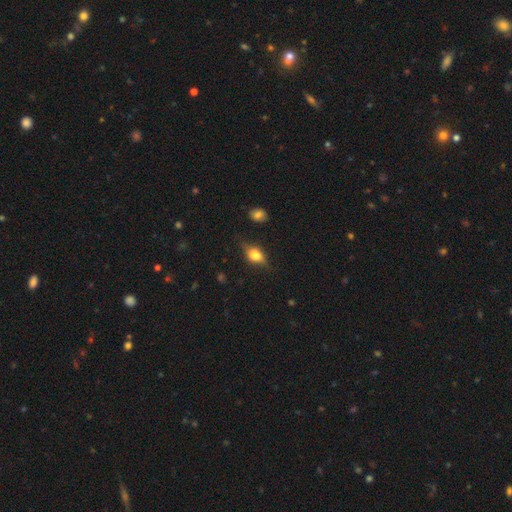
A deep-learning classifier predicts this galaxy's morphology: smooth_or_featured: smooth (p=0.60) [alt: featured or disk p=0.30]
how_rounded: in between (p=0.71) [alt: round p=0.20]
merging: none (p=0.70) [alt: minor disturbance p=0.22]